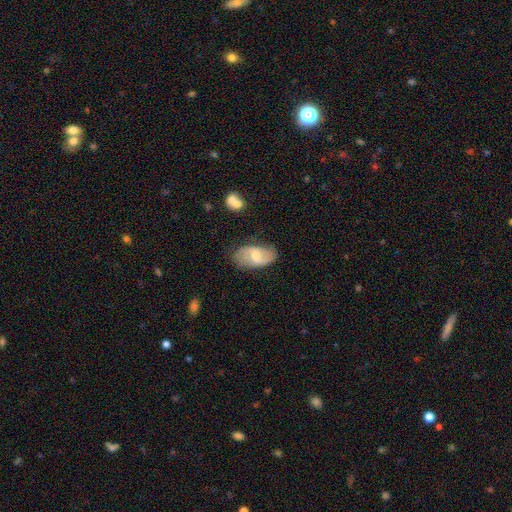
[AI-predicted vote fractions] This is possibly a featured or disk galaxy (49%). Merging: likely none (67%).